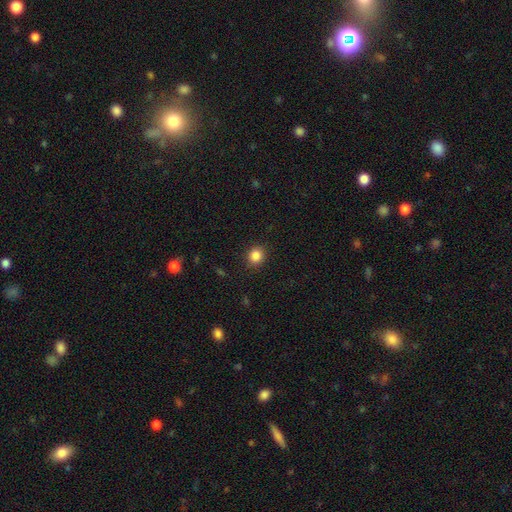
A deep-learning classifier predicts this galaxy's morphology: smooth-or-featured: smooth: 86% | star or artifact: 11% | featured or disk: 4%
  how-rounded: round: 85% | in between: 14% | cigar-shaped: 1%
  merging: none: 90% | minor disturbance: 7% | major disturbance: 2% | merger: 1%